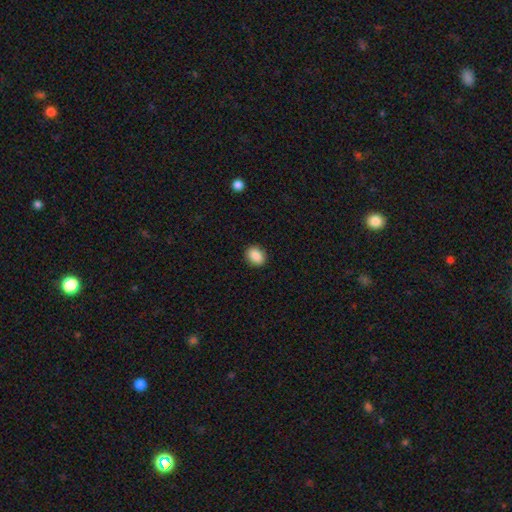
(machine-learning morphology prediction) A smooth galaxy with no disk features (88%) that is in between round and cigar-shaped (57%).

Vote fractions:
- Smooth or featured? smooth: 88% / star or artifact: 8% / featured or disk: 4%
- How rounded? in between: 57% / round: 42% / cigar-shaped: 1%
- Merging? none: 90% / minor disturbance: 7% / major disturbance: 2% / merger: 1%